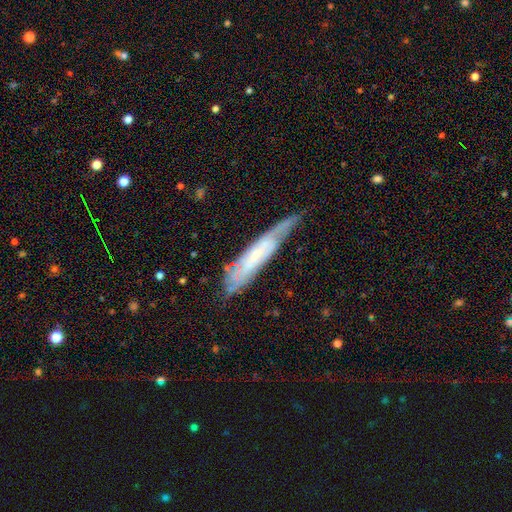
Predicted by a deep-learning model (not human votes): Smooth or featured?
  - featured or disk: 65% *
  - smooth: 27%
  - star or artifact: 7%
Edge-on disk?
  - no: 56% *
  - yes: 44%
Merging?
  - none: 56% *
  - minor disturbance: 31%
  - major disturbance: 11%
  - merger: 2%